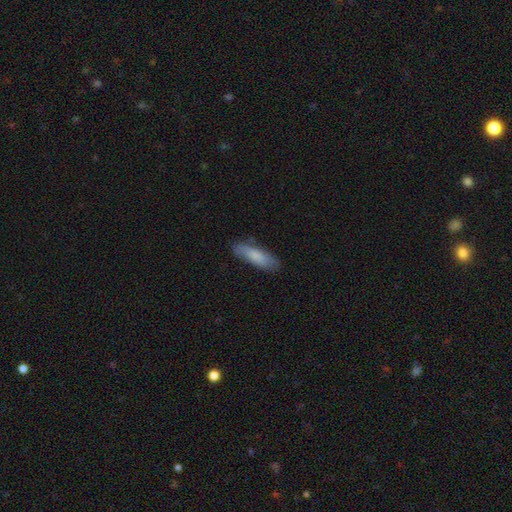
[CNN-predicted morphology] Smooth or featured: smooth — 80% (featured or disk — 15%)
How rounded: cigar-shaped — 54% (in between — 44%)
Merging: none — 81% (minor disturbance — 15%)